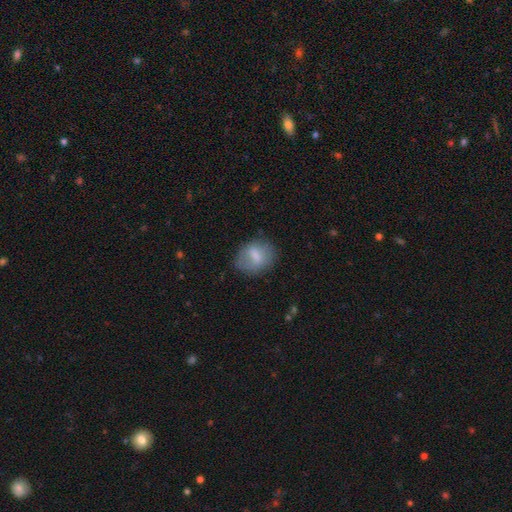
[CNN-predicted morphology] smooth-or-featured: smooth: 65% | featured or disk: 27% | star or artifact: 8%
  how-rounded: in between: 54% | round: 44% | cigar-shaped: 2%
  merging: none: 69% | minor disturbance: 20% | major disturbance: 9% | merger: 2%